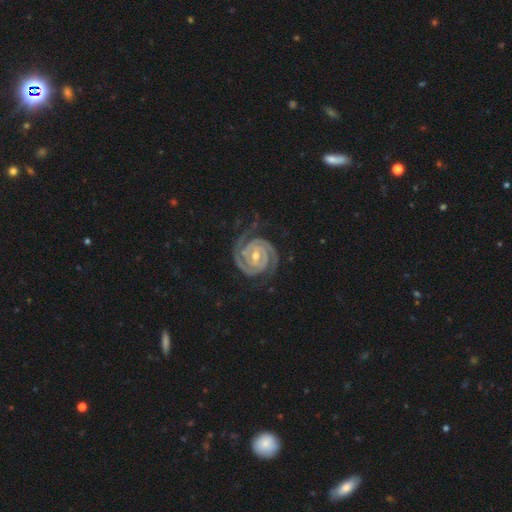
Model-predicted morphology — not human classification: smooth-or-featured: featured or disk: 94% | star or artifact: 4% | smooth: 2%
  disk-edge-on: no: 98% | yes: 2%
    bar: weak: 39% | strong: 31% | no: 31%
    has-spiral-arms: yes: 99% | no: 1%
      spiral-winding: tight: 84% | medium: 14% | loose: 2%
      spiral-arm-count: 2: 76% | 3: 11% | can't tell: 4% | 4: 3% | more than 4: 3% | 1: 3%
    bulge-size: small: 52% | moderate: 44% | large: 1% | none: 1% | dominant: 1%
  merging: none: 78% | minor disturbance: 15% | major disturbance: 6% | merger: 2%